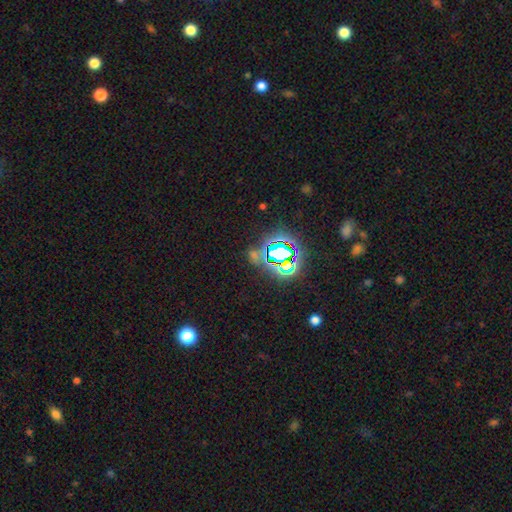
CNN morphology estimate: Overall: star or artifact (74%).